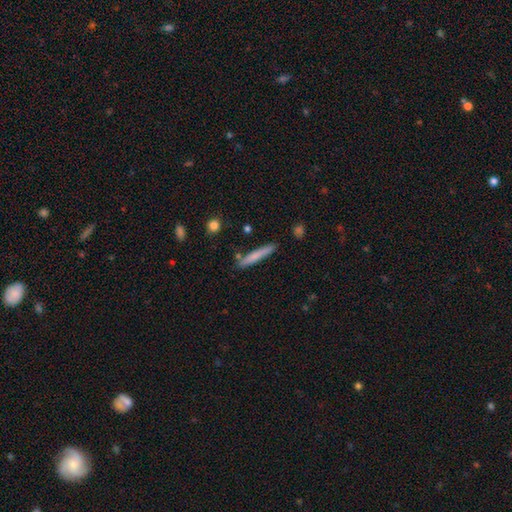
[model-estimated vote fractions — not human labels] Smooth or featured?
  - smooth: 70% *
  - featured or disk: 24%
  - star or artifact: 6%
How rounded?
  - cigar-shaped: 95% *
  - in between: 4%
  - round: 1%
Merging?
  - none: 85% *
  - minor disturbance: 10%
  - merger: 3%
  - major disturbance: 2%